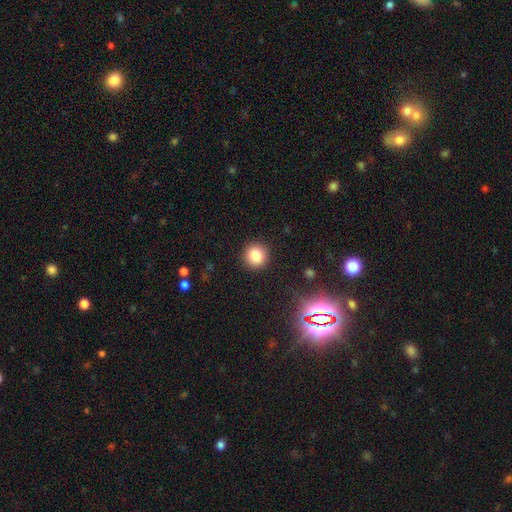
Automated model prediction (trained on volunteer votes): Smooth or featured? smooth (83%)
How rounded? round (92%)
Merging? none (91%)